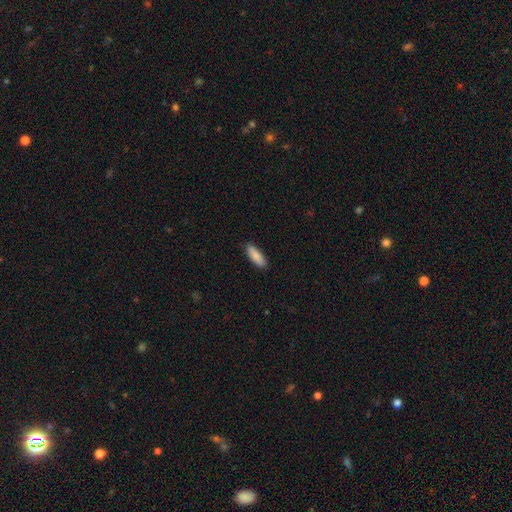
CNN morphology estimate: Smooth or featured?
  - smooth: 86% *
  - featured or disk: 8%
  - star or artifact: 6%
How rounded?
  - in between: 56% *
  - cigar-shaped: 43%
  - round: 2%
Merging?
  - none: 88% *
  - minor disturbance: 9%
  - major disturbance: 2%
  - merger: 1%